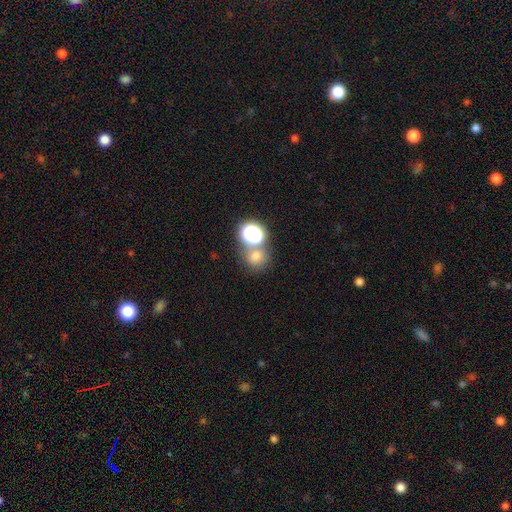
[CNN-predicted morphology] Q: Smooth or featured?
A: smooth (69%); runner-up: star or artifact (21%)
Q: How rounded?
A: round (79%); runner-up: in between (20%)
Q: Merging?
A: none (57%); runner-up: merger (29%)